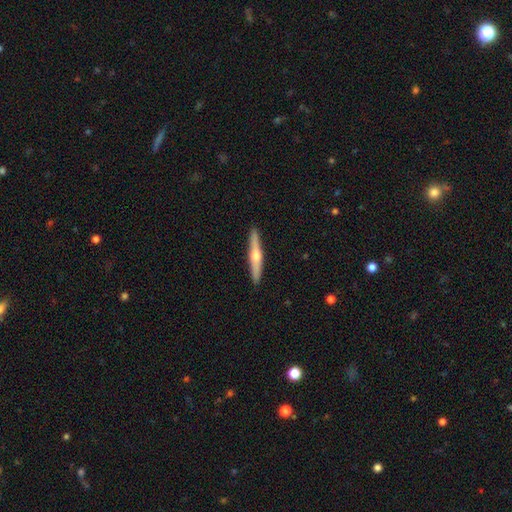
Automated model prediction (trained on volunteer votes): Smooth or featured? Predicted: featured or disk (p=0.63). Edge-on disk? Predicted: yes (p=0.97). Edge-on bulge? Predicted: rounded (p=0.92). Merging? Predicted: none (p=0.92).